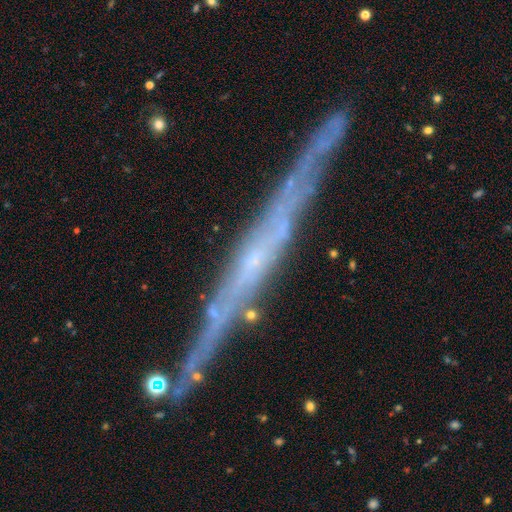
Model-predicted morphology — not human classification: This is likely a featured or disk galaxy (76%). It is clearly viewed edge-on (92%). Edge-on bulge: likely none (68%). Merging: likely none (78%).